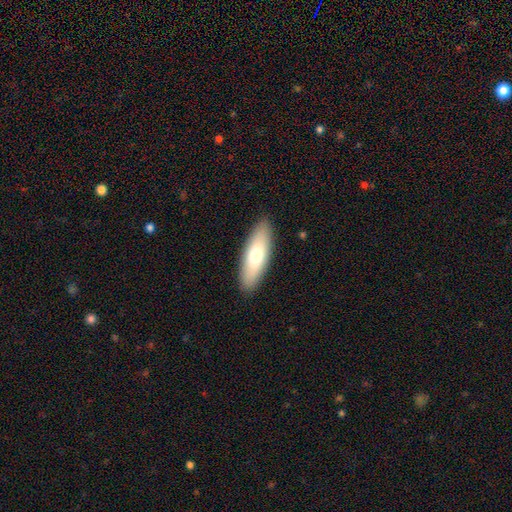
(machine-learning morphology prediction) type=smooth (72%); roundness=in between (58%); merging=none (90%).